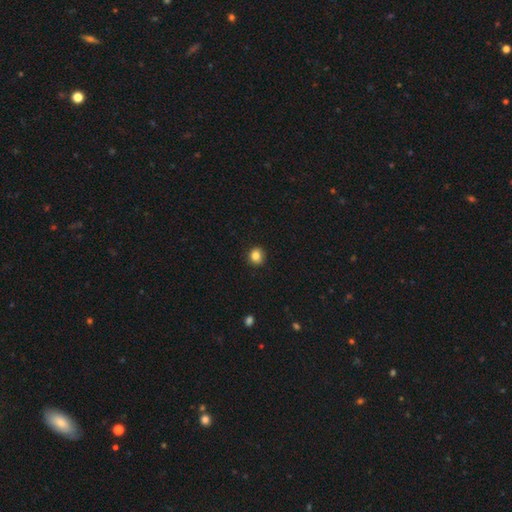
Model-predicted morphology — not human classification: Smooth or featured? Predicted: smooth (p=0.84). How rounded? Predicted: round (p=0.83). Merging? Predicted: none (p=0.89).